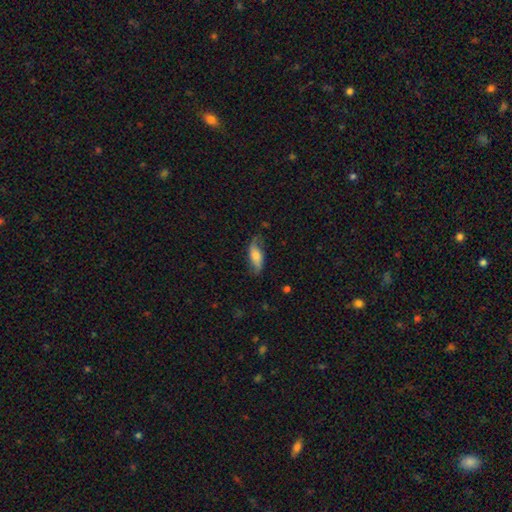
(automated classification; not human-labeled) Morphology: type=smooth (51%); roundness=in between (74%); merging=none (65%).